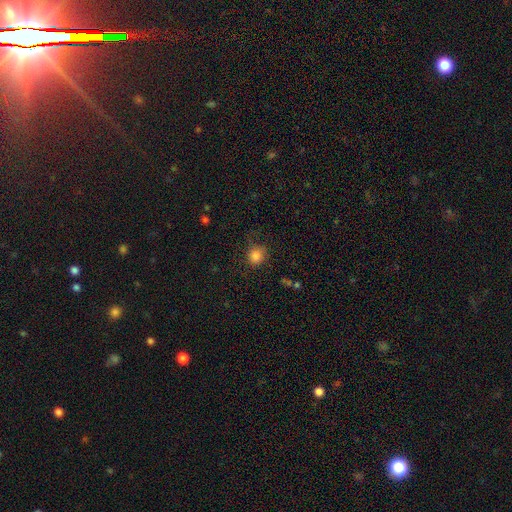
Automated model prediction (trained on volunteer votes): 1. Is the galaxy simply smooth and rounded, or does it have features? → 83% smooth, 11% star or artifact, 6% featured or disk.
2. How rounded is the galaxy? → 87% round, 12% in between, 1% cigar-shaped.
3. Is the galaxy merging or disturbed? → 76% none, 17% minor disturbance, 6% major disturbance, 1% merger.